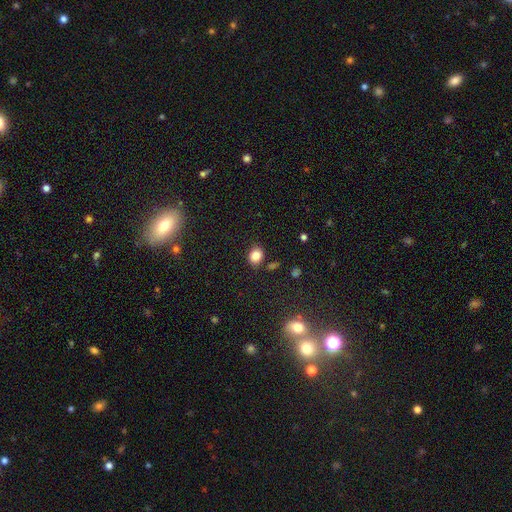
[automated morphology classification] Smooth or featured?
  - smooth: 83% *
  - star or artifact: 11%
  - featured or disk: 6%
How rounded?
  - round: 53% *
  - in between: 46%
  - cigar-shaped: 1%
Merging?
  - none: 81% *
  - minor disturbance: 12%
  - merger: 4%
  - major disturbance: 3%